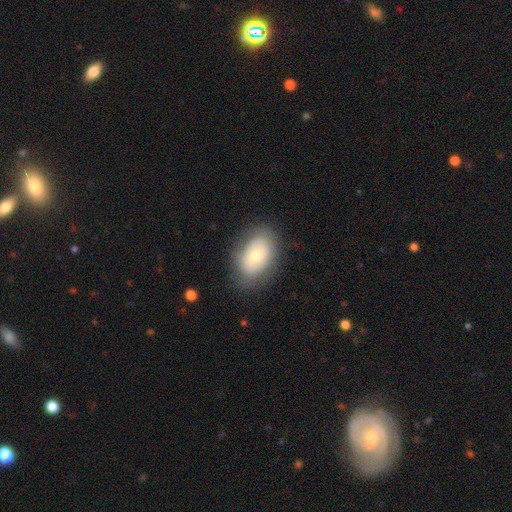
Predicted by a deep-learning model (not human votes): Smooth or featured? Predicted: smooth (p=0.64). How rounded? Predicted: in between (p=0.82). Merging? Predicted: none (p=0.77).